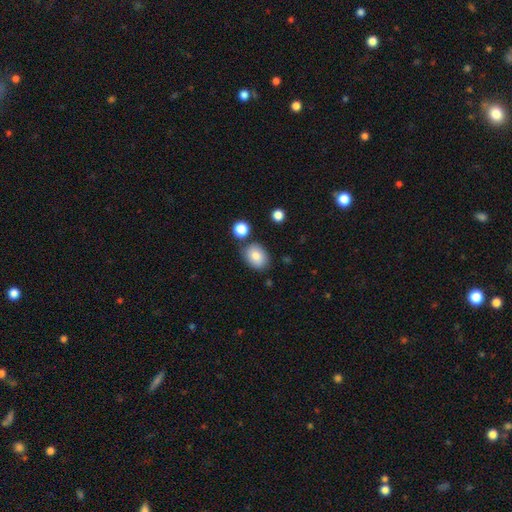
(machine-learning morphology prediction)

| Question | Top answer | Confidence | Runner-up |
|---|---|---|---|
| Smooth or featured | smooth | 79% | featured or disk (12%) |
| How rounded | in between | 60% | round (39%) |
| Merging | none | 74% | minor disturbance (15%) |